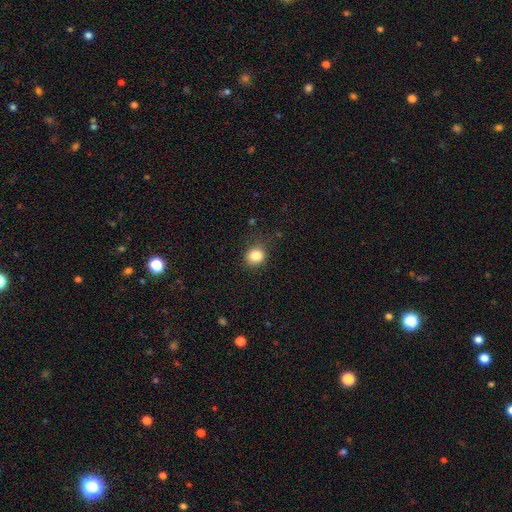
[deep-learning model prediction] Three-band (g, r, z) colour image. It shows a smooth galaxy with no disk features (84%) that is round (77%). Merging: none (81%).